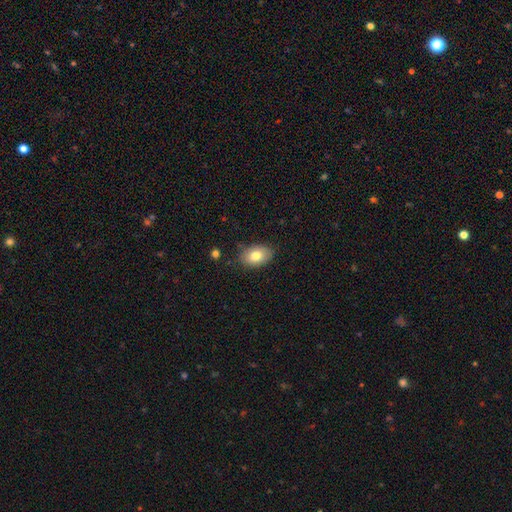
Morphology: type=smooth (87%); roundness=in between (100%); merging=none (92%).